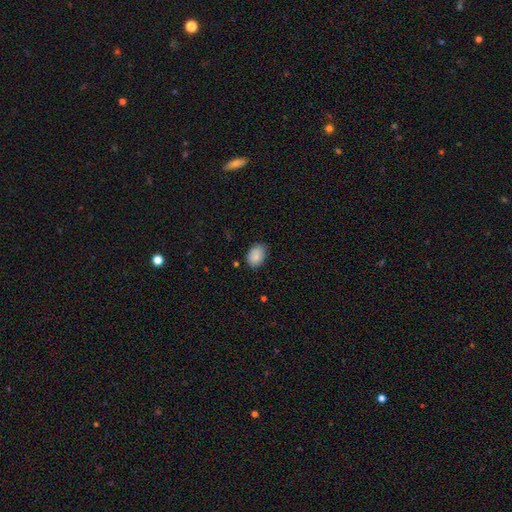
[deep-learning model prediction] Smooth or featured? smooth (84%)
How rounded? in between (78%)
Merging? none (69%)